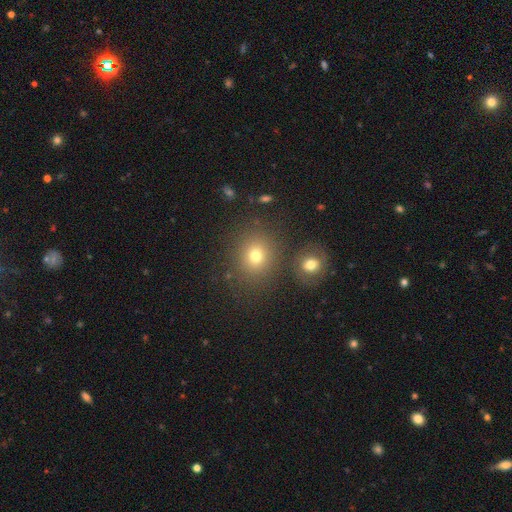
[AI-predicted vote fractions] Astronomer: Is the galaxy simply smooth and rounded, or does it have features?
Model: smooth — 75%.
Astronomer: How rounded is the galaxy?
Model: round — 75%.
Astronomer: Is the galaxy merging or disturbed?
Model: none — 77%.